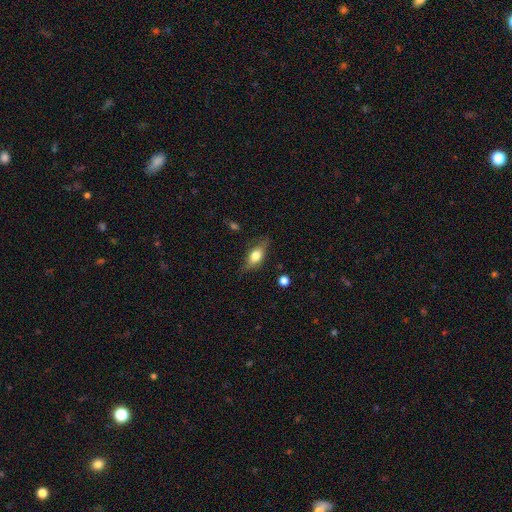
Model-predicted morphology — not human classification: A smooth galaxy with no disk features (65%) that is in between round and cigar-shaped (77%).

Vote fractions:
- Smooth or featured? smooth: 65% / featured or disk: 28% / star or artifact: 8%
- How rounded? in between: 77% / cigar-shaped: 15% / round: 8%
- Merging? none: 74% / minor disturbance: 19% / major disturbance: 5% / merger: 2%